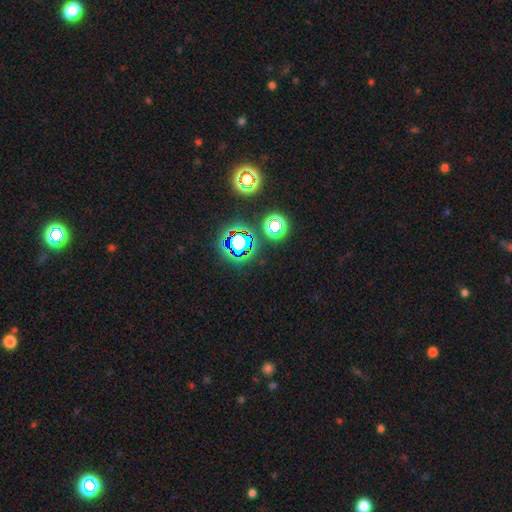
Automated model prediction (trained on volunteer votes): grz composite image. It shows a star or artifact, not a galaxy (76%).